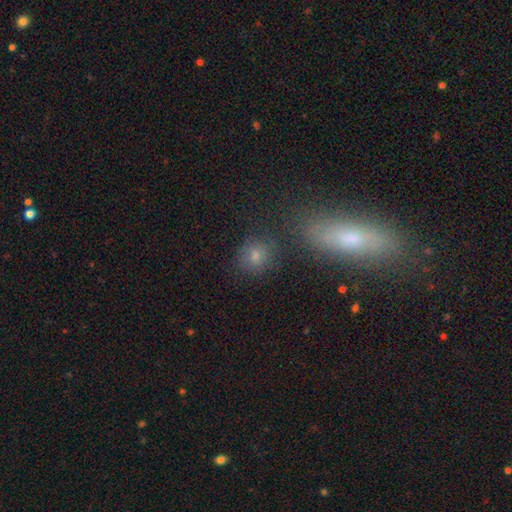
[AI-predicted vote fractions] smooth-or-featured: smooth: 72% | star or artifact: 19% | featured or disk: 10%
  how-rounded: round: 74% | in between: 25% | cigar-shaped: 2%
  merging: none: 73% | minor disturbance: 13% | merger: 9% | major disturbance: 6%